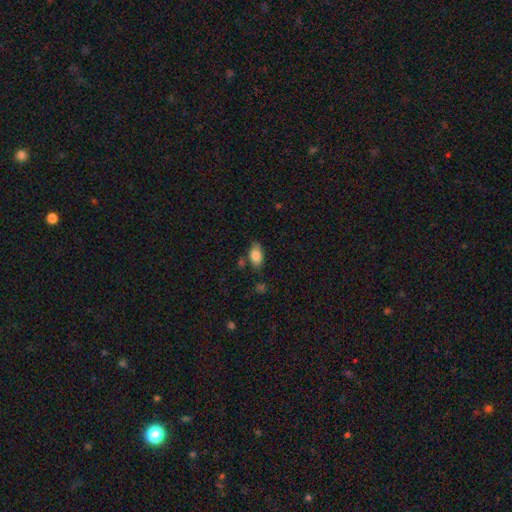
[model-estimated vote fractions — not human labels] The model was most divided on "merging": none: 70%, minor disturbance: 21%, merger: 5%, major disturbance: 5%. More confident: how rounded — in between (90%); smooth or featured — smooth (83%).